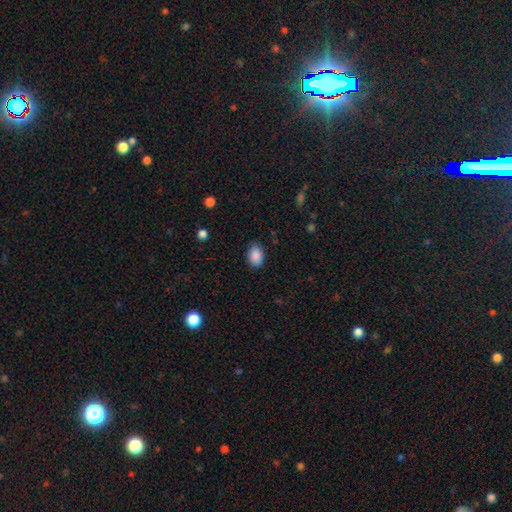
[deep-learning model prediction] Morphology: type=smooth (88%); roundness=in between (84%); merging=none (82%).